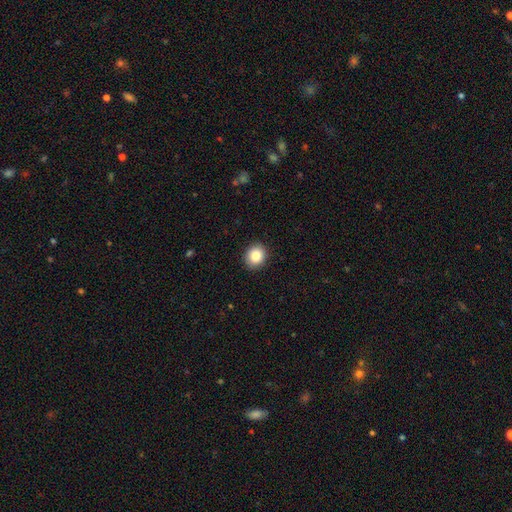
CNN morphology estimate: smooth 86%, star or artifact 9%, featured or disk 5%. Down the decision tree: how rounded — round (73%); merging — none (90%).